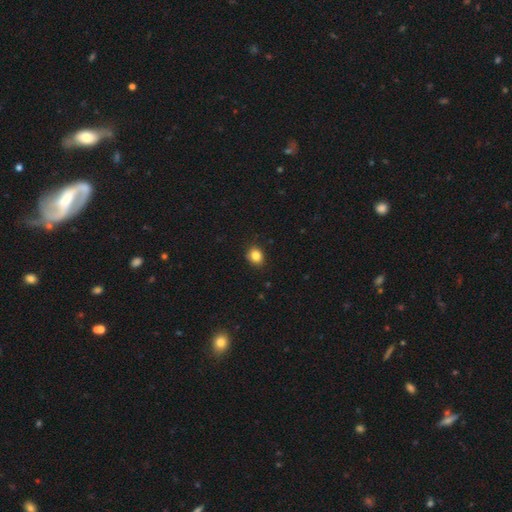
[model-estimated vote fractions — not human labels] smooth-or-featured: smooth: 85% | star or artifact: 10% | featured or disk: 5%
  how-rounded: round: 63% | in between: 36% | cigar-shaped: 1%
  merging: none: 88% | minor disturbance: 9% | major disturbance: 2% | merger: 1%